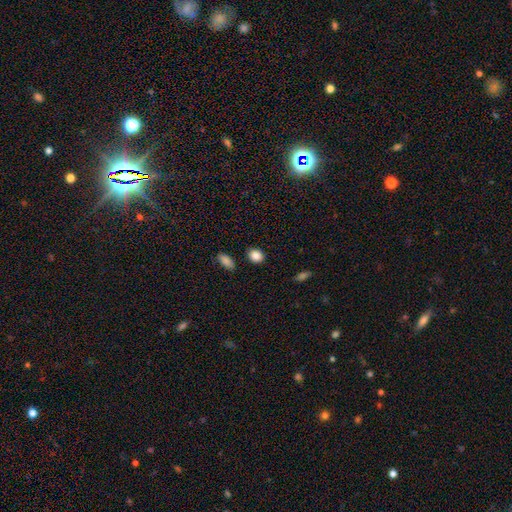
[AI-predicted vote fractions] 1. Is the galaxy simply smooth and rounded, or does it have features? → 87% smooth, 9% star or artifact, 4% featured or disk.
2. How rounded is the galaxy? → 55% round, 44% in between, 1% cigar-shaped.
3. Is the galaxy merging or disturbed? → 86% none, 9% minor disturbance, 3% merger, 2% major disturbance.